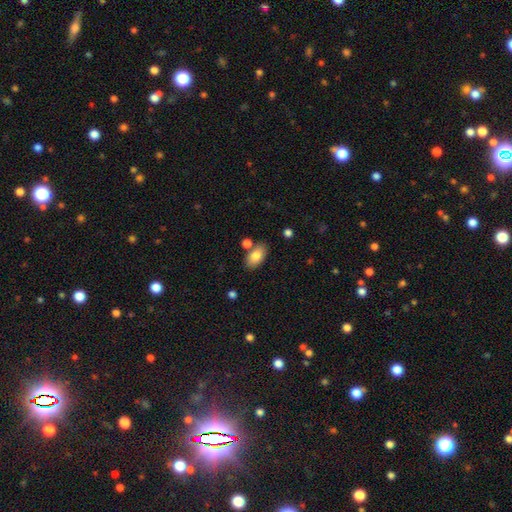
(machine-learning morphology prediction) A smooth galaxy with no disk features (81%) that is in between round and cigar-shaped (93%). Merging: none (75%).